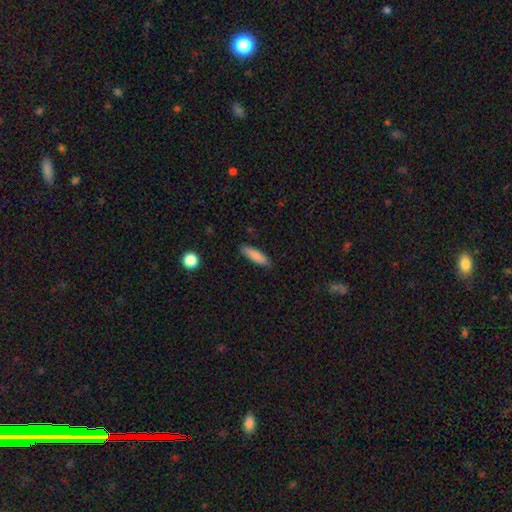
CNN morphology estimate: smooth_or_featured: smooth (p=0.86) [alt: featured or disk p=0.08]
how_rounded: cigar-shaped (p=0.63) [alt: in between p=0.35]
merging: none (p=0.87) [alt: minor disturbance p=0.10]